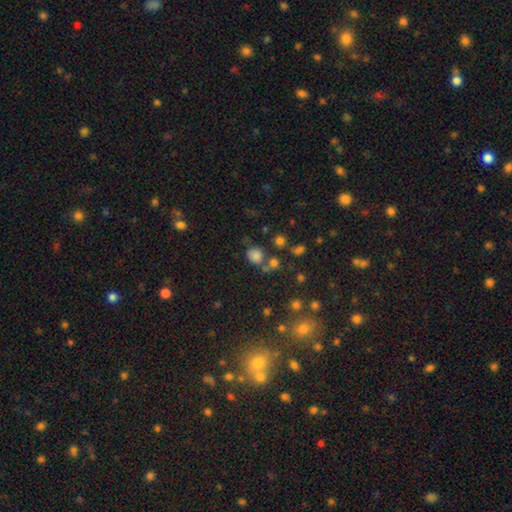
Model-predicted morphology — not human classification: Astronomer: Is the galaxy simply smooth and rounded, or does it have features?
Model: smooth — 76%.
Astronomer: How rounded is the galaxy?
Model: round — 75%.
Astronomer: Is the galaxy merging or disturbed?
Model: none — 62%.